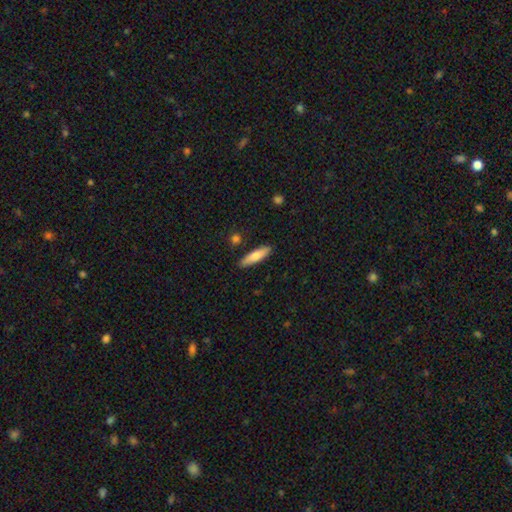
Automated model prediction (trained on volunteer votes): Smooth or featured? smooth (77%)
How rounded? cigar-shaped (72%)
Merging? none (87%)